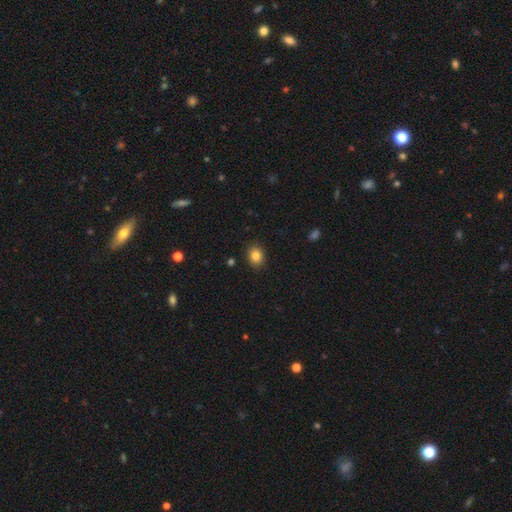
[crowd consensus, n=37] Morphology: type=smooth (86%); roundness=round (56%); merging=none (94%).